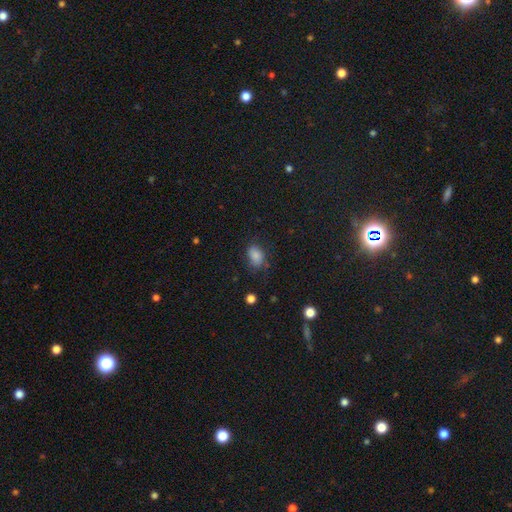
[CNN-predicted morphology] Overall: smooth (83%). How rounded: in between (80%). Merging: none (63%; minor disturbance 26%).